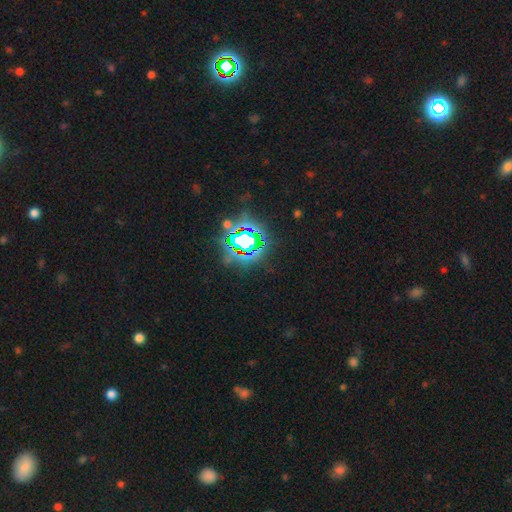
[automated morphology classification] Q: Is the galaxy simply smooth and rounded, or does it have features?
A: star or artifact — 84%.